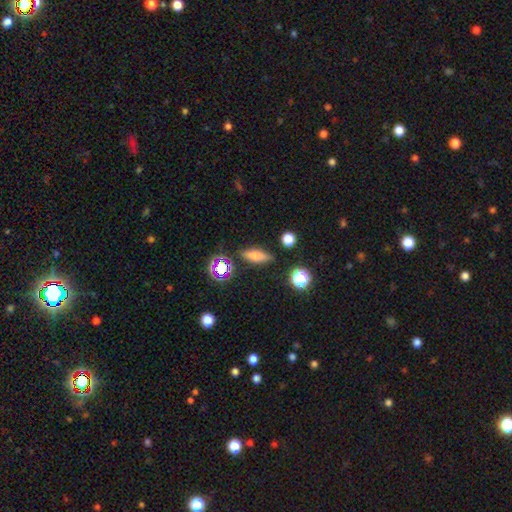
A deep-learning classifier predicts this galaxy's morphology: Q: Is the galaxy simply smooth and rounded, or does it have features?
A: smooth — 68%.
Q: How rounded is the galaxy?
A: in between — 51%.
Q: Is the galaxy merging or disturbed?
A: none — 82%.